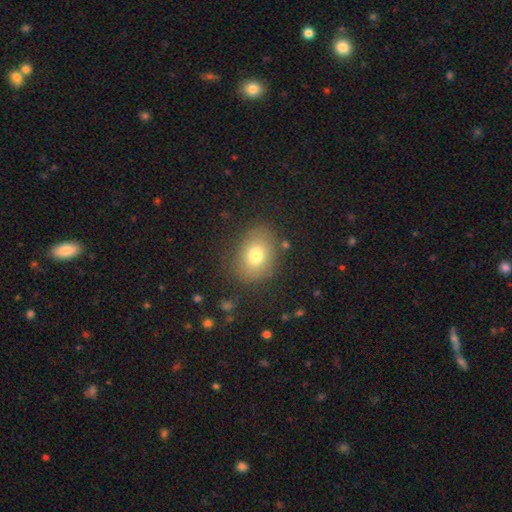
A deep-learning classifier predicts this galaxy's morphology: This is likely a smooth galaxy (75%). How rounded: possibly in between (58%). Merging: clearly none (80%).